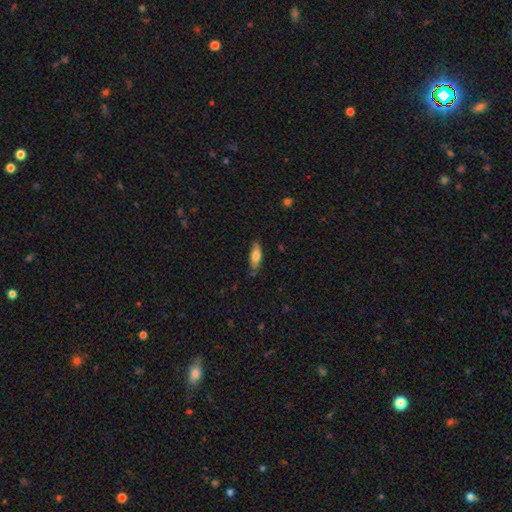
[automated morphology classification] Smooth or featured?
  - smooth: 77% *
  - featured or disk: 17%
  - star or artifact: 7%
How rounded?
  - in between: 65% *
  - cigar-shaped: 33%
  - round: 2%
Merging?
  - none: 73% *
  - minor disturbance: 21%
  - major disturbance: 4%
  - merger: 2%